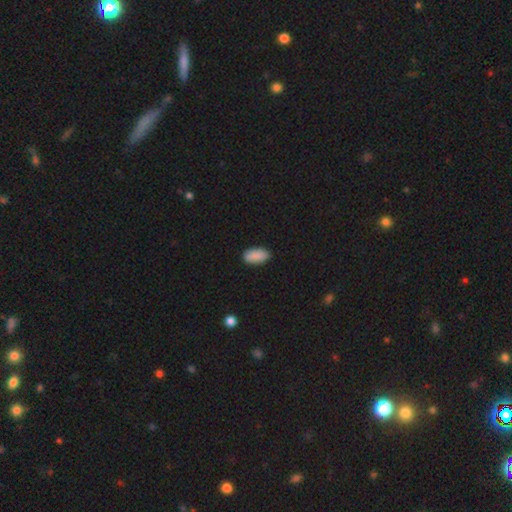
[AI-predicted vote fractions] This is clearly a smooth galaxy (88%). How rounded: clearly in between (93%). Merging: clearly none (83%).